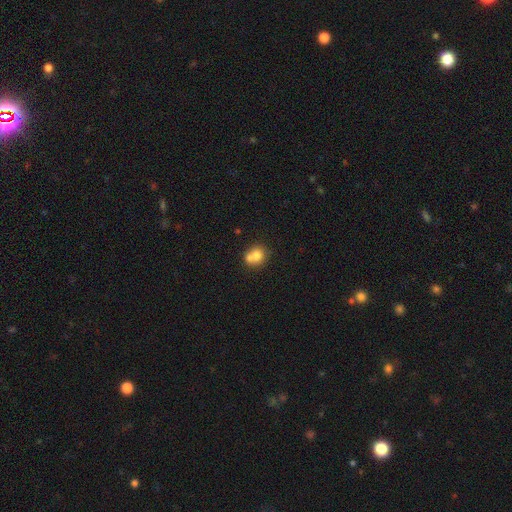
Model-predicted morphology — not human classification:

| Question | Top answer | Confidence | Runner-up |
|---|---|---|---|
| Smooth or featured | smooth | 72% | featured or disk (18%) |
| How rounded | round | 79% | in between (20%) |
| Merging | merger | 51% | none (38%) |